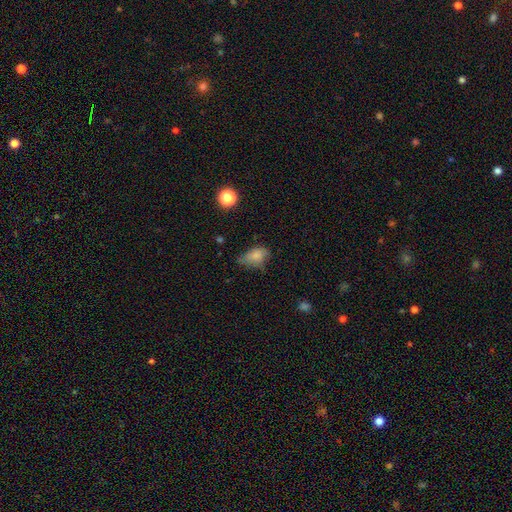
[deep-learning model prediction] Smooth or featured? Predicted: smooth (p=0.78). How rounded? Predicted: in between (p=0.83). Merging? Predicted: none (p=0.44).